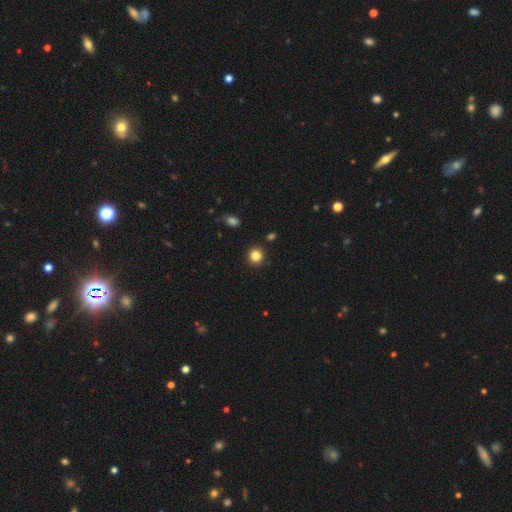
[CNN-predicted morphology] smooth-or-featured: smooth: 84% | star or artifact: 12% | featured or disk: 5%
  how-rounded: round: 90% | in between: 9% | cigar-shaped: 1%
  merging: none: 91% | minor disturbance: 6% | merger: 2% | major disturbance: 2%